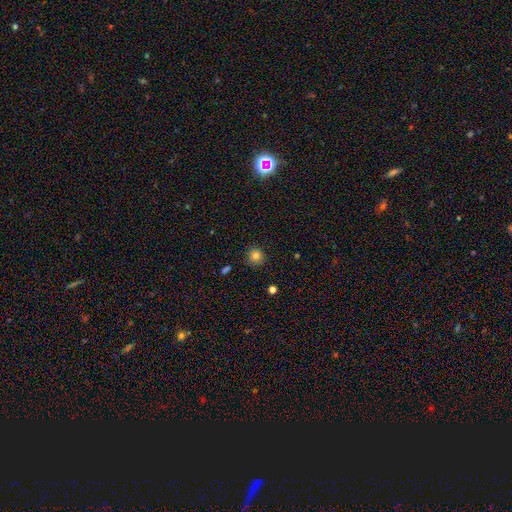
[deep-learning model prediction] A smooth galaxy with no disk features (81%) that is round (92%).

Vote fractions:
- Smooth or featured? smooth: 81% / star or artifact: 13% / featured or disk: 7%
- How rounded? round: 92% / in between: 7% / cigar-shaped: 1%
- Merging? none: 87% / minor disturbance: 9% / major disturbance: 2% / merger: 1%